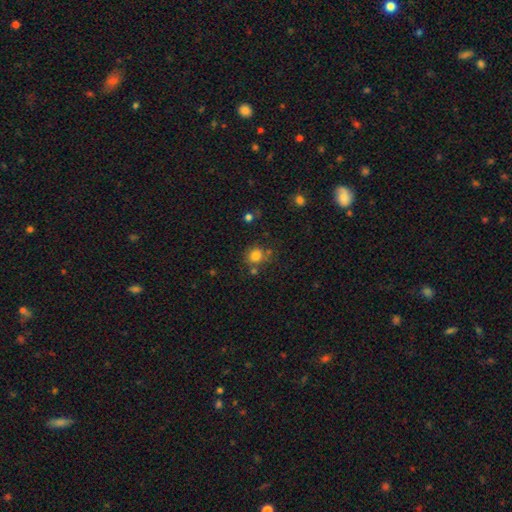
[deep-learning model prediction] A smooth galaxy with no disk features (80%) that is round (82%). Merging: none (69%).